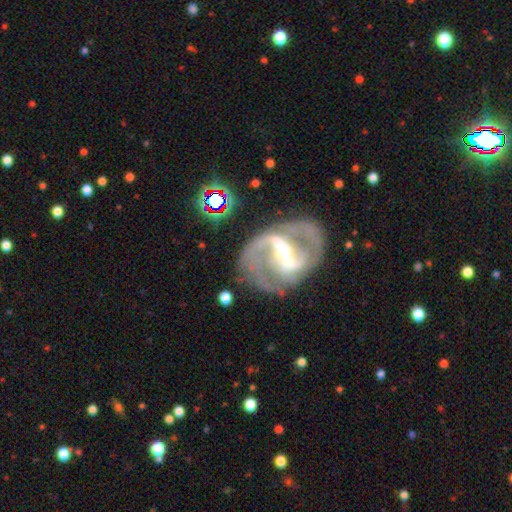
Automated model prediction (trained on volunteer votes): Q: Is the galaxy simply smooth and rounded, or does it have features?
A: featured or disk — 87%.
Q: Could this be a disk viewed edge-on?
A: no — 97%.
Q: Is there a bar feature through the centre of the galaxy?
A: strong — 64%.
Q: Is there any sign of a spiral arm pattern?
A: yes — 93%.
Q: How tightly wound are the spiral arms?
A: medium — 52%.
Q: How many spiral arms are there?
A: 2 — 85%.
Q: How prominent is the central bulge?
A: small — 52%.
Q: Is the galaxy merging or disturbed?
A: none — 68%.